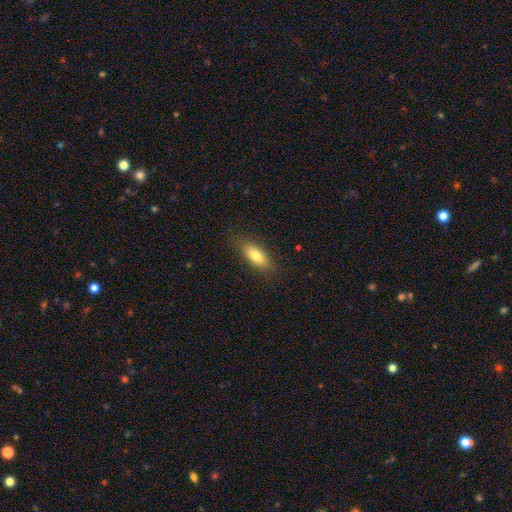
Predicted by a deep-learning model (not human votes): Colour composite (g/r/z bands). It shows a smooth galaxy with no disk features (80%) that is in between round and cigar-shaped (79%). Merging: none (84%).